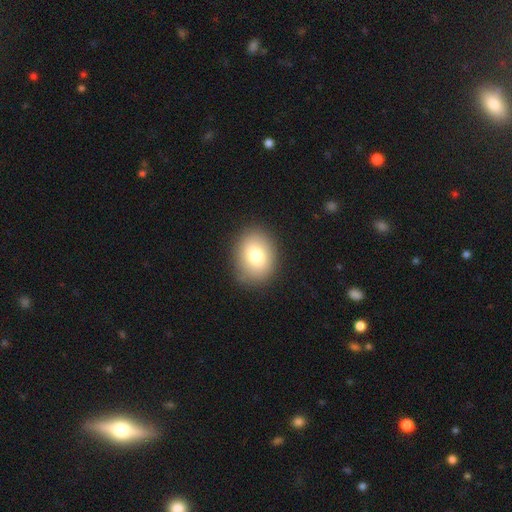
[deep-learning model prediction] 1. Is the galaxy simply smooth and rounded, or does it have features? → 79% smooth, 12% featured or disk, 10% star or artifact.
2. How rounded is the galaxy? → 51% in between, 48% round, 1% cigar-shaped.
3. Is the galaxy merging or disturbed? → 87% none, 9% minor disturbance, 3% major disturbance, 1% merger.